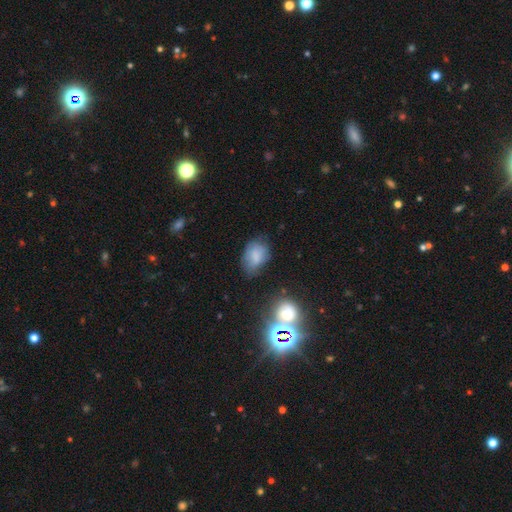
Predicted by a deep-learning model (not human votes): A smooth galaxy with no disk features (76%) that is in between round and cigar-shaped (82%). Merging: none (54%).